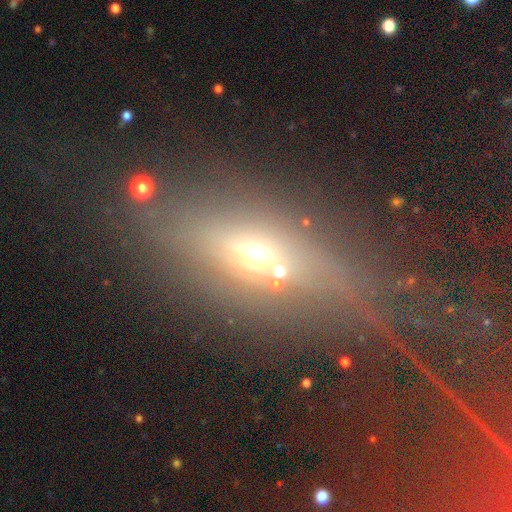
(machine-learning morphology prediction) Smooth or featured?
  - smooth: 38% *
  - featured or disk: 31%
  - star or artifact: 31%
Merging?
  - none: 57% *
  - major disturbance: 17%
  - minor disturbance: 16%
  - merger: 10%